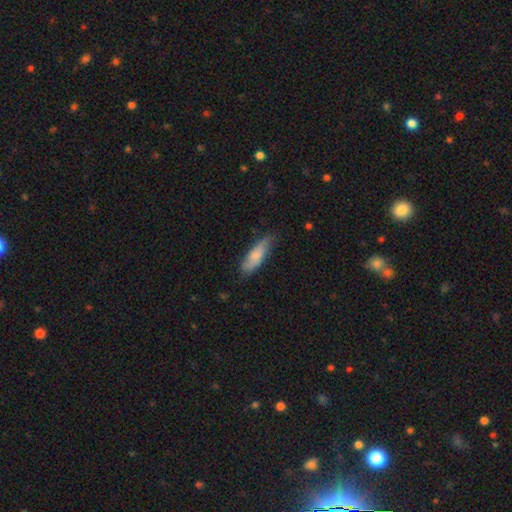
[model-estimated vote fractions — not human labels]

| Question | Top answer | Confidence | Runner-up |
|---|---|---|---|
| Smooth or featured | smooth | 69% | featured or disk (25%) |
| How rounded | in between | 49% | tied: cigar-shaped (49%) |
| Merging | none | 65% | minor disturbance (28%) |